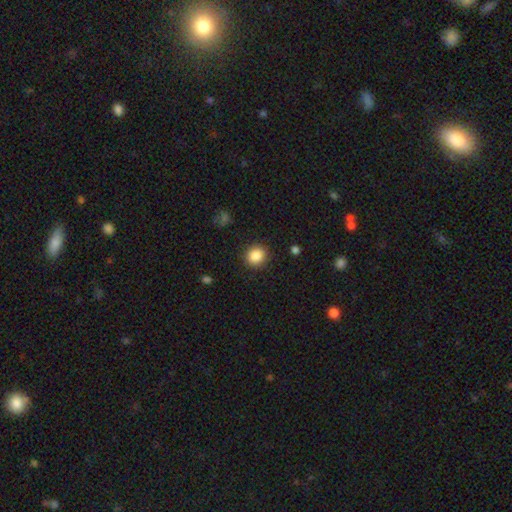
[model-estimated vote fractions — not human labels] smooth-or-featured: smooth: 87% | star or artifact: 9% | featured or disk: 4%
  how-rounded: round: 80% | in between: 19% | cigar-shaped: 1%
  merging: none: 89% | minor disturbance: 7% | major disturbance: 3% | merger: 1%